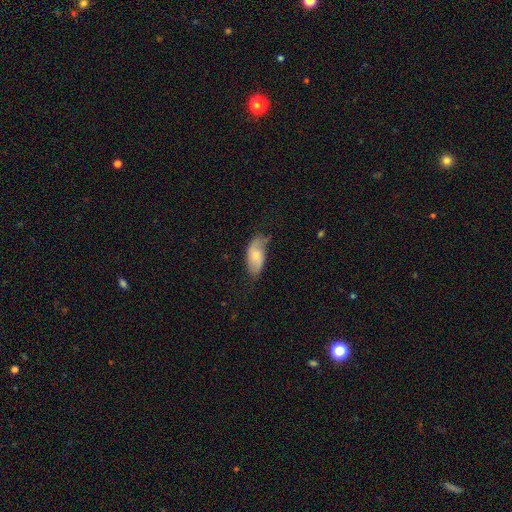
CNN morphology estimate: smooth_or_featured: smooth (p=0.54) [alt: featured or disk p=0.39]
how_rounded: in between (p=0.91) [alt: cigar-shaped p=0.06]
merging: none (p=0.52) [alt: minor disturbance p=0.35]